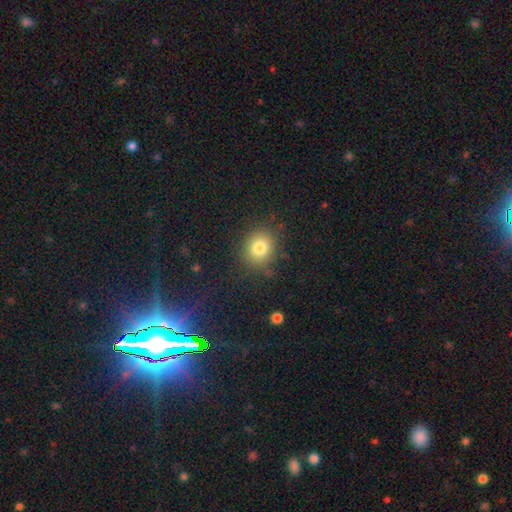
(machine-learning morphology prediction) smooth 75%, star or artifact 18%, featured or disk 8%. Down the decision tree: how rounded — round (75%); merging — none (85%).